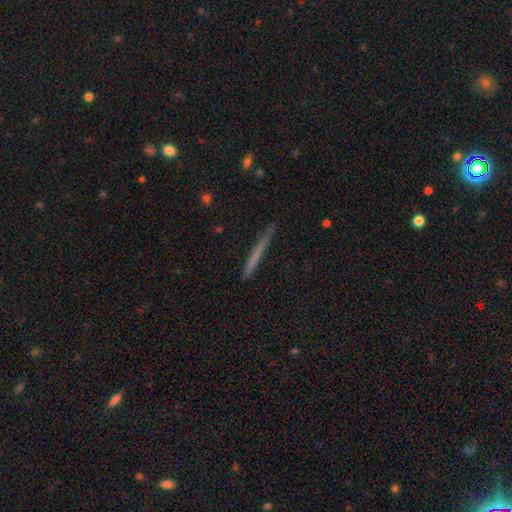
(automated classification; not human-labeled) Q: Smooth or featured?
A: smooth (60%); runner-up: featured or disk (33%)
Q: How rounded?
A: cigar-shaped (97%); runner-up: in between (2%)
Q: Merging?
A: none (84%); runner-up: minor disturbance (12%)